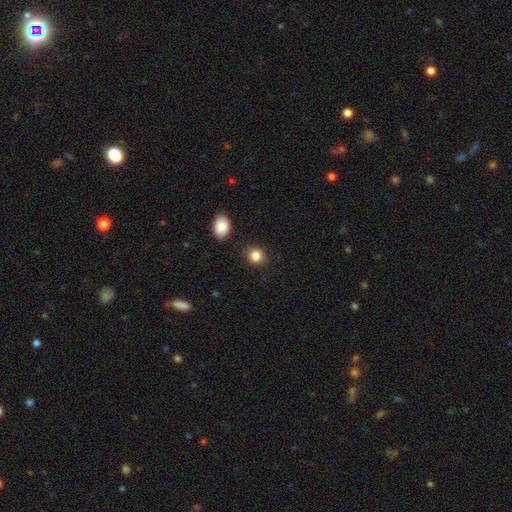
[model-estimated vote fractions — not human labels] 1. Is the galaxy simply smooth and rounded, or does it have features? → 85% smooth, 10% star or artifact, 5% featured or disk.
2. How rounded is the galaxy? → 78% round, 21% in between, 1% cigar-shaped.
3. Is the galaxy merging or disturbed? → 88% none, 7% minor disturbance, 3% merger, 2% major disturbance.